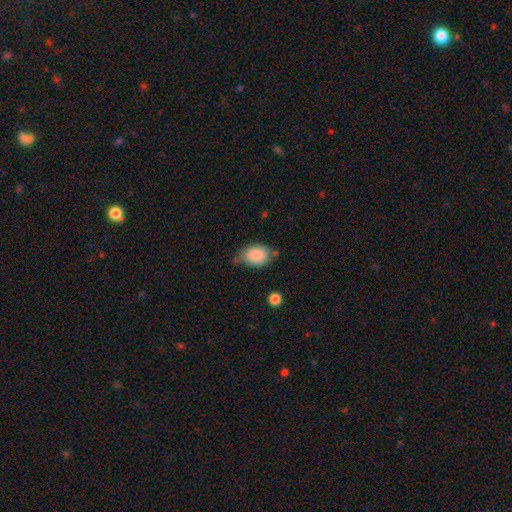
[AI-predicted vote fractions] A smooth galaxy with no disk features (85%) that is in between round and cigar-shaped (74%). Merging: none (52%).